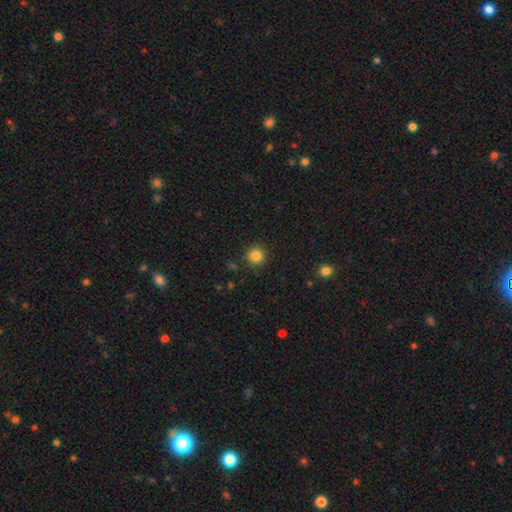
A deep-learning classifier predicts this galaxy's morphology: This is clearly a smooth galaxy (85%). How rounded: clearly round (94%). Merging: clearly none (90%).